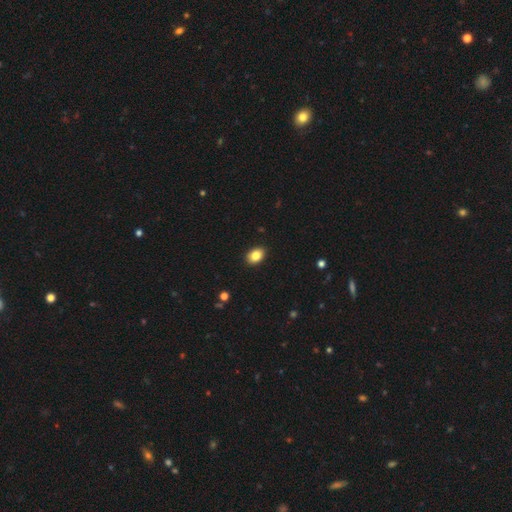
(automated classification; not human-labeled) A smooth galaxy with no disk features (85%) that is in between round and cigar-shaped (72%). Merging: none (90%).